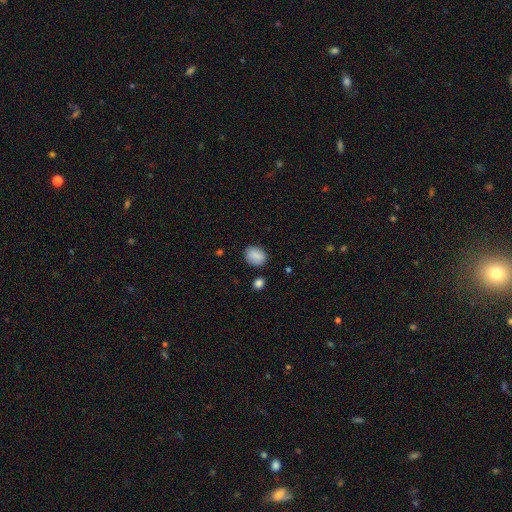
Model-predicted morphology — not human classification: Smooth or featured?
  - smooth: 87% *
  - star or artifact: 8%
  - featured or disk: 6%
How rounded?
  - in between: 62% *
  - round: 37%
  - cigar-shaped: 1%
Merging?
  - none: 81% *
  - minor disturbance: 13%
  - merger: 3%
  - major disturbance: 3%